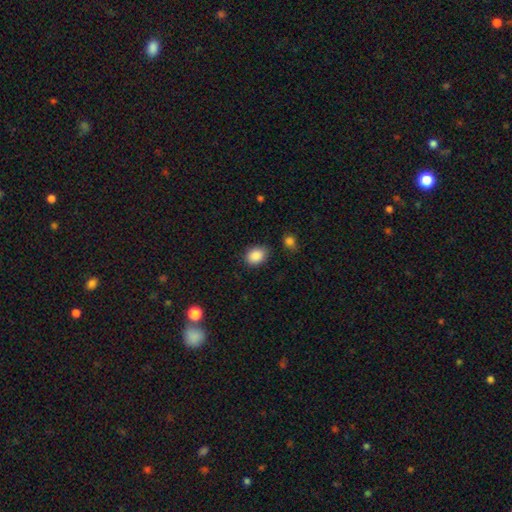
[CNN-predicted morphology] Smooth or featured? smooth (89%)
How rounded? in between (67%)
Merging? none (81%)